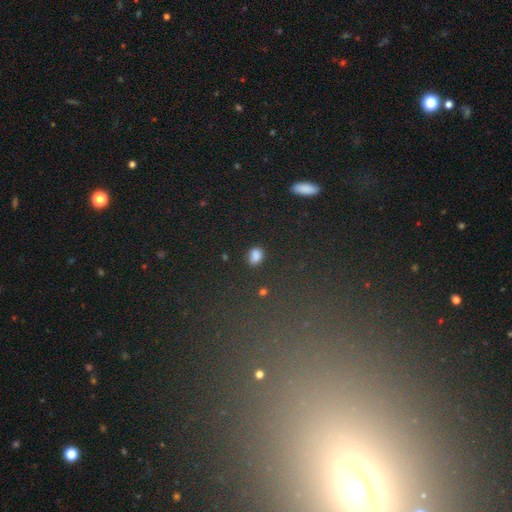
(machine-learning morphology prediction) smooth_or_featured: smooth (p=0.83) [alt: star or artifact p=0.12]
how_rounded: in between (p=0.71) [alt: round p=0.27]
merging: none (p=0.77) [alt: minor disturbance p=0.15]